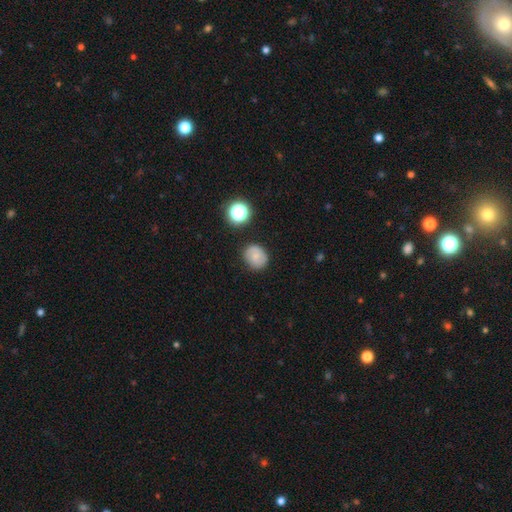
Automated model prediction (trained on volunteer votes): A smooth galaxy with no disk features (68%) that is round (76%). Merging: none (80%).